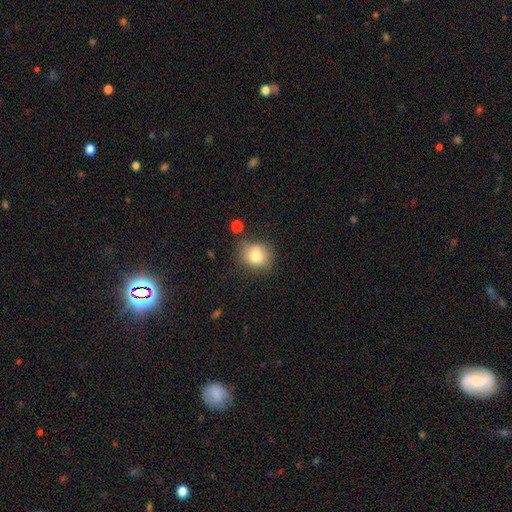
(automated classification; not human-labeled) smooth-or-featured: smooth: 79% | featured or disk: 11% | star or artifact: 10%
  how-rounded: round: 72% | in between: 27% | cigar-shaped: 1%
  merging: none: 65% | minor disturbance: 21% | merger: 8% | major disturbance: 6%